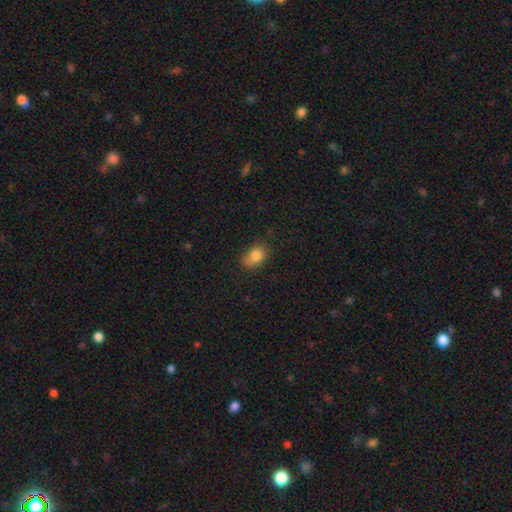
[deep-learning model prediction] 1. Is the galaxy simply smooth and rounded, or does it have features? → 82% smooth, 10% star or artifact, 8% featured or disk.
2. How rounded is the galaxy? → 68% in between, 31% round, 1% cigar-shaped.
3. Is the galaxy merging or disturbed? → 60% none, 29% minor disturbance, 7% major disturbance, 4% merger.